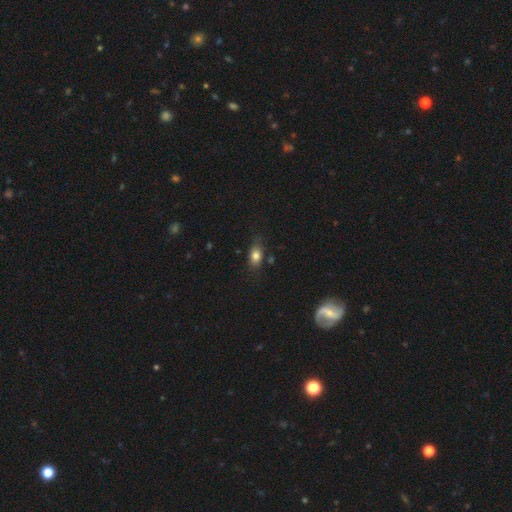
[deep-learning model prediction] smooth-or-featured: smooth: 80% | featured or disk: 10% | star or artifact: 9%
  how-rounded: in between: 80% | round: 14% | cigar-shaped: 6%
  merging: none: 70% | minor disturbance: 22% | major disturbance: 5% | merger: 3%